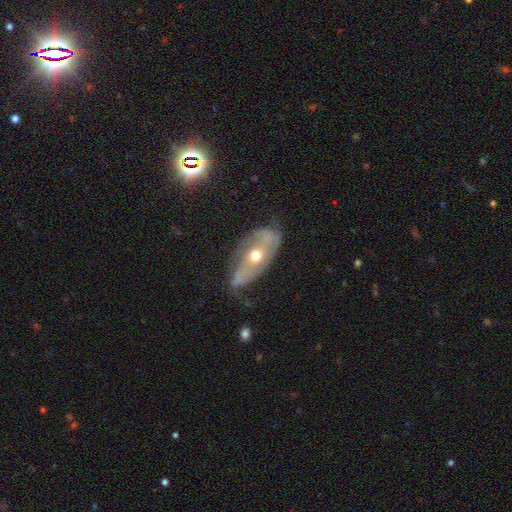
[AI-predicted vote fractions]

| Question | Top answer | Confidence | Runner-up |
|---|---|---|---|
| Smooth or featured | featured or disk | 70% | smooth (24%) |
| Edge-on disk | no | 87% | yes (13%) |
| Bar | no | 73% | weak (18%) |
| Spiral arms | yes | 63% | no (37%) |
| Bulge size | moderate | 77% | small (13%) |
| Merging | none | 45% | minor disturbance (31%) |